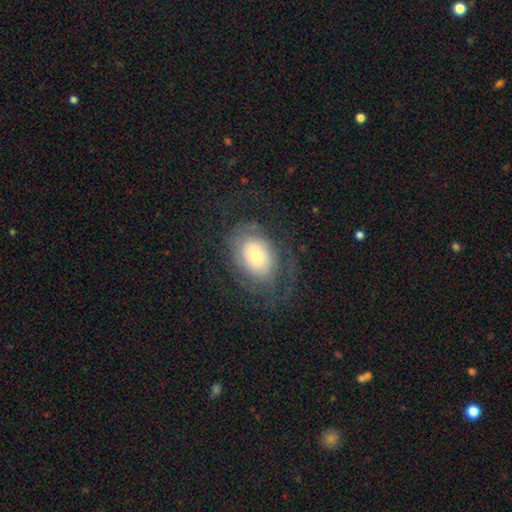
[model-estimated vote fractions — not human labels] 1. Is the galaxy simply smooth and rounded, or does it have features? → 63% featured or disk, 29% smooth, 8% star or artifact.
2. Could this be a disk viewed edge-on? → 96% no, 4% yes.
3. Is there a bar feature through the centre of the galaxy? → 74% no, 21% weak, 5% strong.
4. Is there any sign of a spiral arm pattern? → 82% yes, 18% no.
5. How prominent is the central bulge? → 40% small, 37% moderate, 16% large, 5% dominant, 2% none.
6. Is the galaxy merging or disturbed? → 62% none, 21% major disturbance, 17% minor disturbance, 1% merger.